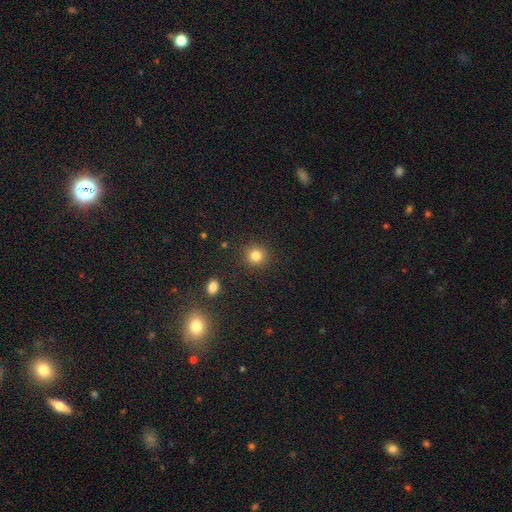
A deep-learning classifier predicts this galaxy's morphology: A smooth galaxy with no disk features (82%) that is round (91%). Merging: none (90%).